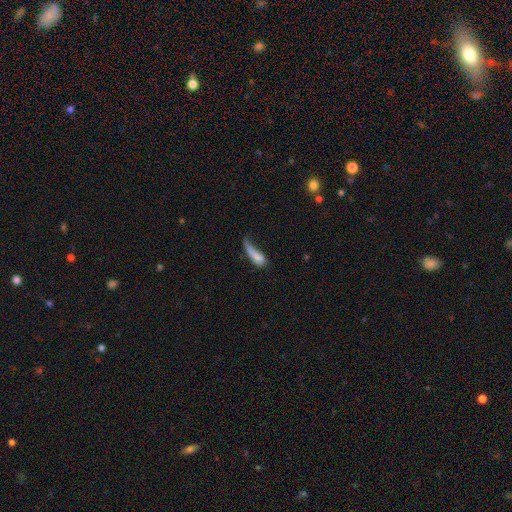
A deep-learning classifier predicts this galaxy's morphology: Overall: smooth (71%). How rounded: cigar-shaped (51%; in between 45%). Merging: major disturbance (41%; minor disturbance 28%).